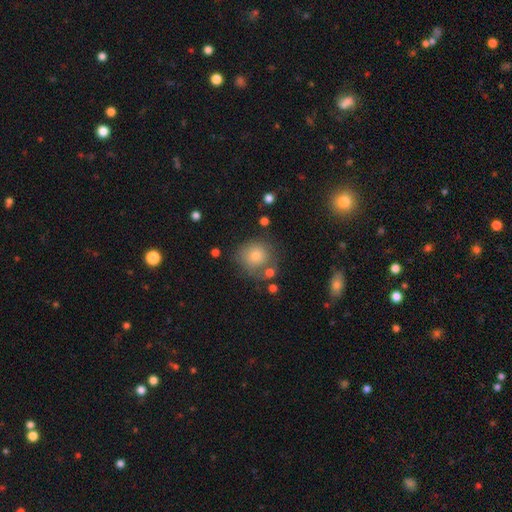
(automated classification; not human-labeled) This is likely a smooth galaxy (73%). How rounded: clearly round (89%). Merging: likely none (71%).